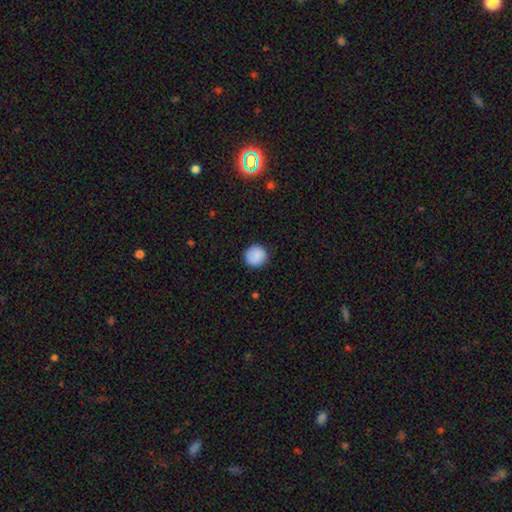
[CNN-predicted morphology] smooth_or_featured: smooth (p=0.89) [alt: star or artifact p=0.08]
how_rounded: round (p=0.93) [alt: in between p=0.06]
merging: none (p=0.90) [alt: minor disturbance p=0.07]